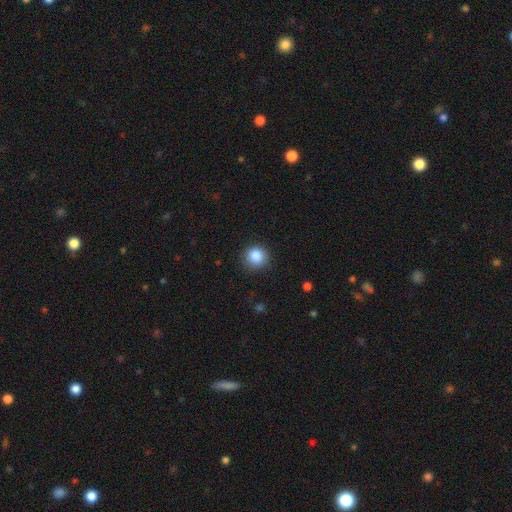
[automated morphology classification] This is clearly a smooth galaxy (86%). How rounded: clearly round (91%). Merging: clearly none (86%).